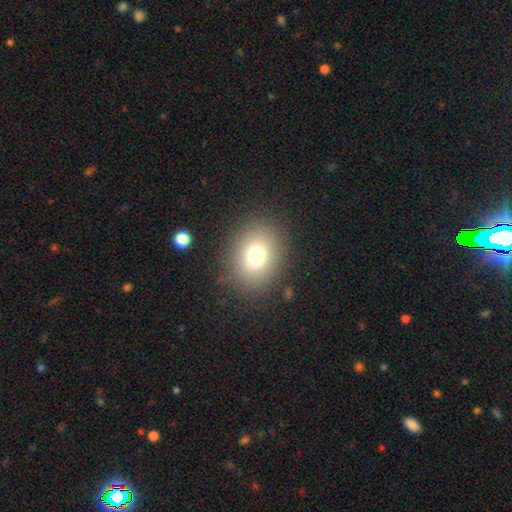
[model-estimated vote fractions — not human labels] Smooth or featured: smooth — 75% (star or artifact — 13%)
How rounded: round — 51% (in between — 48%)
Merging: none — 85% (minor disturbance — 9%)